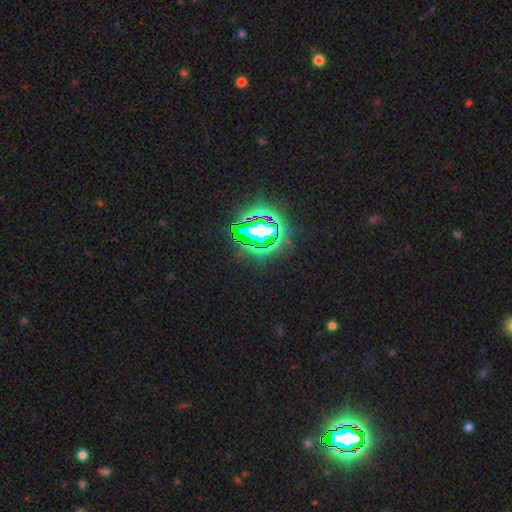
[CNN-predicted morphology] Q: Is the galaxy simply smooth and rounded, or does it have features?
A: star or artifact — 81%.